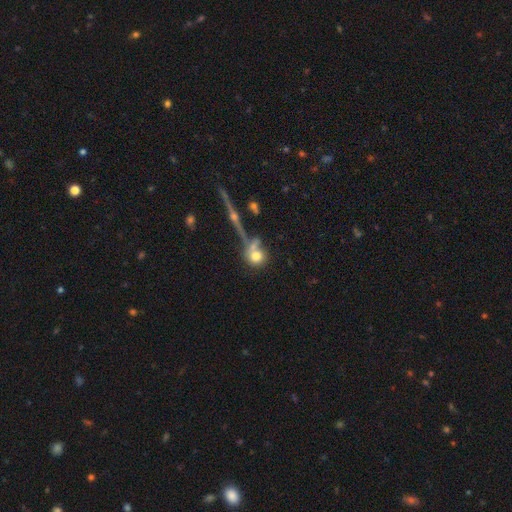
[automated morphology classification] A smooth galaxy with no disk features (64%) that is round (83%). Merging: none (53%).